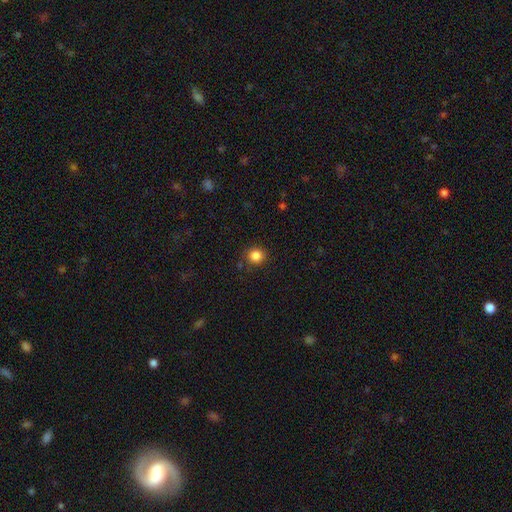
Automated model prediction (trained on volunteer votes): Overall: smooth (85%). How rounded: round (90%). Merging: none (88%).